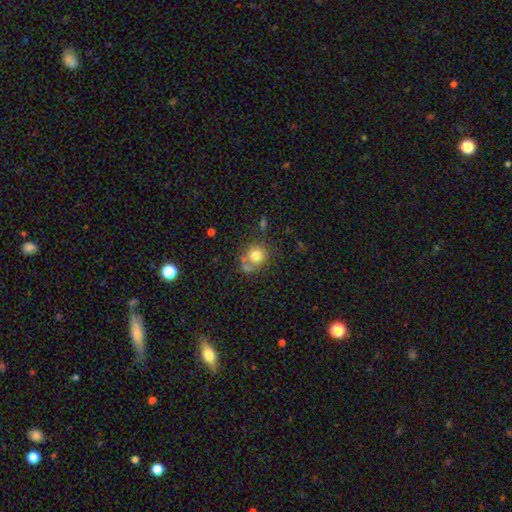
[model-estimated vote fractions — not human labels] smooth_or_featured: smooth (p=0.76) [alt: featured or disk p=0.14]
how_rounded: round (p=0.78) [alt: in between p=0.21]
merging: none (p=0.52) [alt: minor disturbance p=0.19]